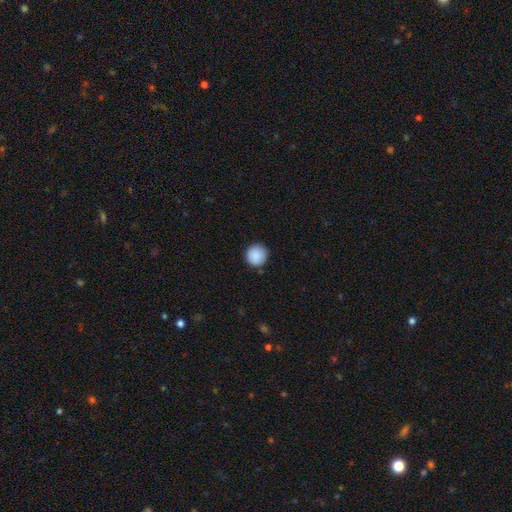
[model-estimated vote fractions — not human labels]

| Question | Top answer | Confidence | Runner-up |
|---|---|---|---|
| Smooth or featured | smooth | 89% | star or artifact (8%) |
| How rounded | round | 94% | in between (5%) |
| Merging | none | 90% | minor disturbance (7%) |